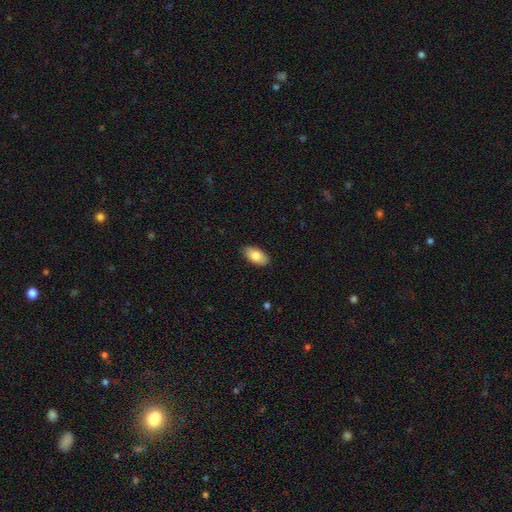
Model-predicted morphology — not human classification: A smooth galaxy with no disk features (82%) that is in between round and cigar-shaped (94%). Merging: none (88%).